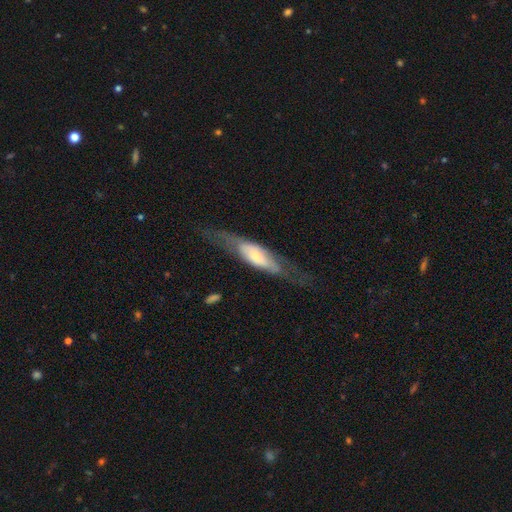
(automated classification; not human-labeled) featured or disk 58%, smooth 37%, star or artifact 6%. Down the decision tree: edge-on disk — yes (50%, tied with no); merging — none (54%).